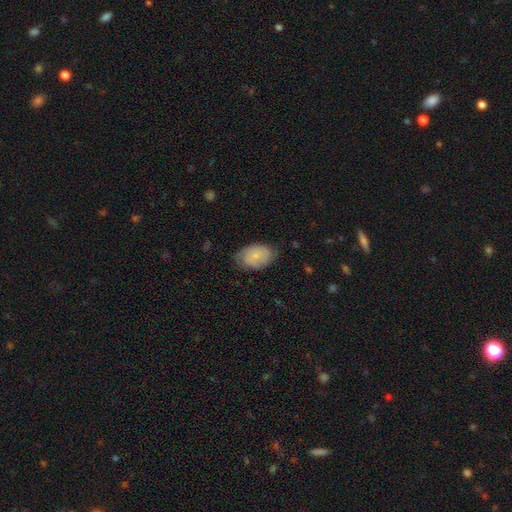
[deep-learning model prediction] smooth 61%, featured or disk 32%, star or artifact 7%. Down the decision tree: how rounded — in between (88%); merging — none (68%).